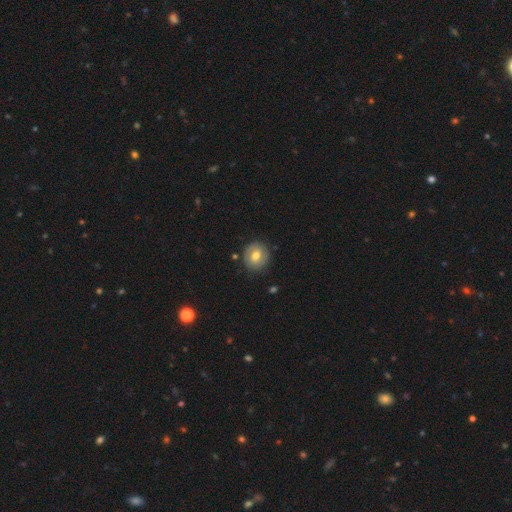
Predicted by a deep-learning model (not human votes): Q: Smooth or featured?
A: smooth (55%); runner-up: featured or disk (37%)
Q: How rounded?
A: round (81%); runner-up: in between (18%)
Q: Merging?
A: none (83%); runner-up: minor disturbance (12%)